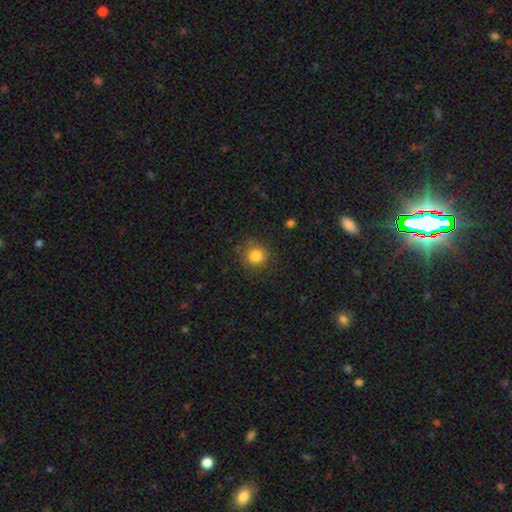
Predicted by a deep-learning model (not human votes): Smooth or featured? smooth (83%)
How rounded? round (91%)
Merging? none (83%)